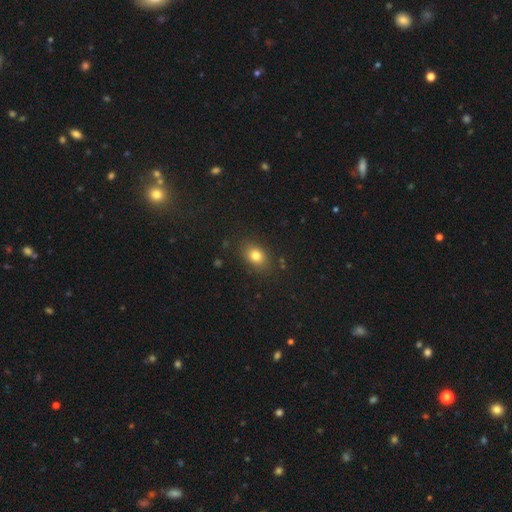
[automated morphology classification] A smooth galaxy with no disk features (80%) that is in between round and cigar-shaped (69%).

Vote fractions:
- Smooth or featured? smooth: 80% / star or artifact: 11% / featured or disk: 9%
- How rounded? in between: 69% / round: 29% / cigar-shaped: 2%
- Merging? none: 84% / minor disturbance: 11% / major disturbance: 3% / merger: 2%